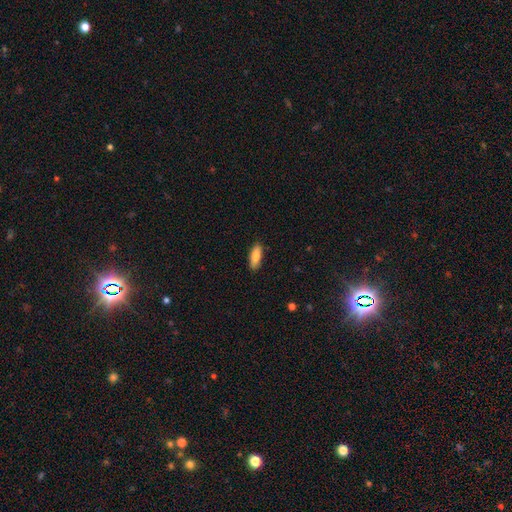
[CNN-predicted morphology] type=smooth (83%); roundness=in between (61%); merging=none (88%).